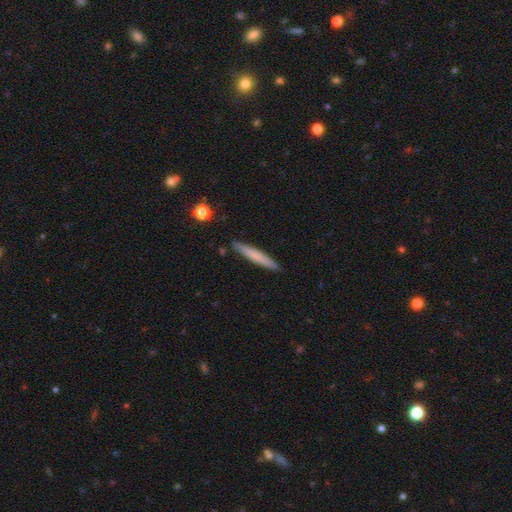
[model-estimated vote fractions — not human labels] smooth-or-featured: smooth: 69% | featured or disk: 25% | star or artifact: 6%
  how-rounded: cigar-shaped: 95% | in between: 4% | round: 1%
  merging: none: 89% | minor disturbance: 8% | merger: 2% | major disturbance: 2%